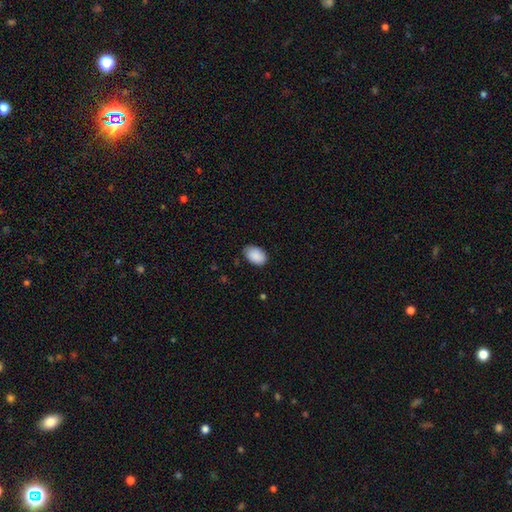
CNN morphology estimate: smooth-or-featured: smooth: 90% | star or artifact: 6% | featured or disk: 4%
  how-rounded: in between: 88% | round: 11% | cigar-shaped: 1%
  merging: none: 79% | minor disturbance: 17% | major disturbance: 3% | merger: 1%